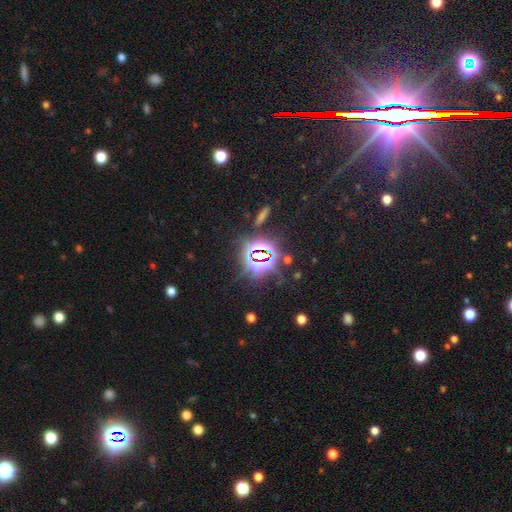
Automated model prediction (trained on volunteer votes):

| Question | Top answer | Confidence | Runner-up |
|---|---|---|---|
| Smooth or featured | star or artifact | 81% | smooth (11%) |